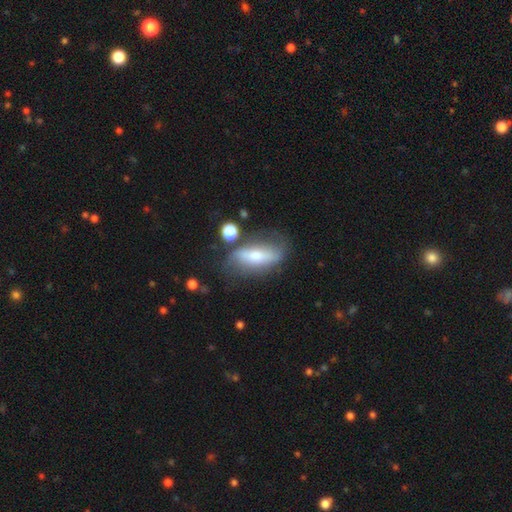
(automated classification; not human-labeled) Smooth or featured?
  - smooth: 49% *
  - featured or disk: 44%
  - star or artifact: 7%
Merging?
  - none: 56% *
  - minor disturbance: 23%
  - major disturbance: 14%
  - merger: 6%